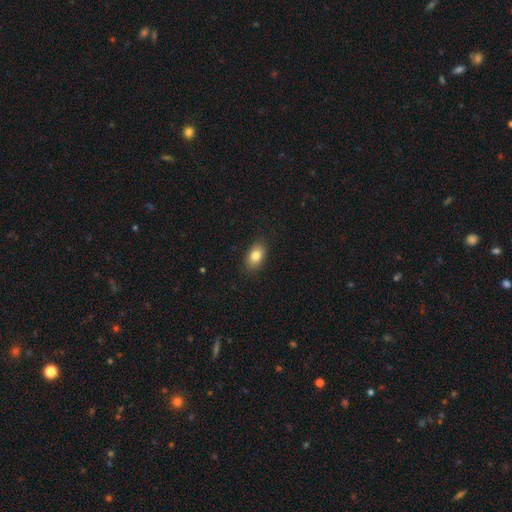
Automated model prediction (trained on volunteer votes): Q: Smooth or featured?
A: smooth (82%); runner-up: featured or disk (10%)
Q: How rounded?
A: in between (88%); runner-up: round (10%)
Q: Merging?
A: none (87%); runner-up: minor disturbance (10%)